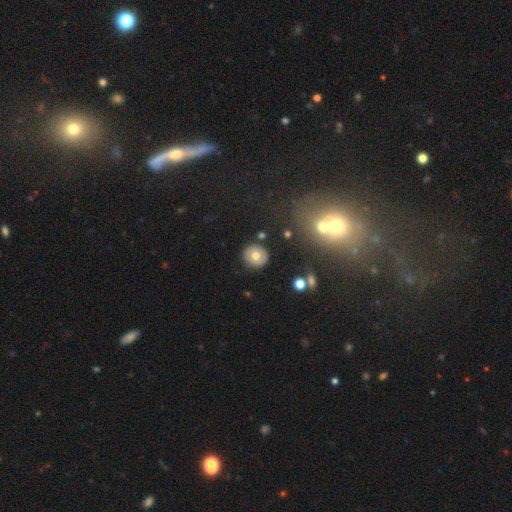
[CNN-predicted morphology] smooth_or_featured: smooth (p=0.66) [alt: featured or disk p=0.24]
how_rounded: round (p=0.89) [alt: in between p=0.10]
merging: none (p=0.87) [alt: minor disturbance p=0.08]